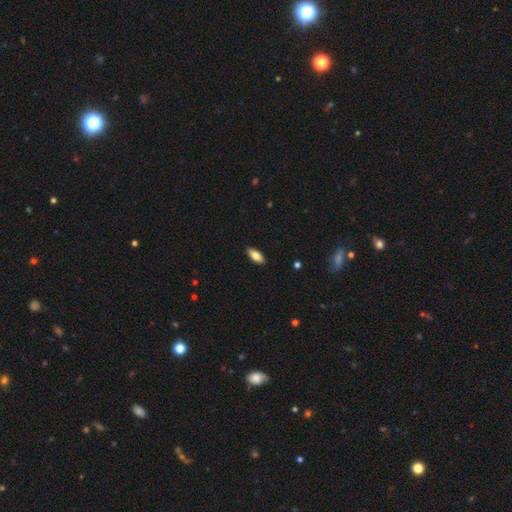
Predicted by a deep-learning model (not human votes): A smooth galaxy with no disk features (81%) that is in between round and cigar-shaped (82%). Merging: none (89%).